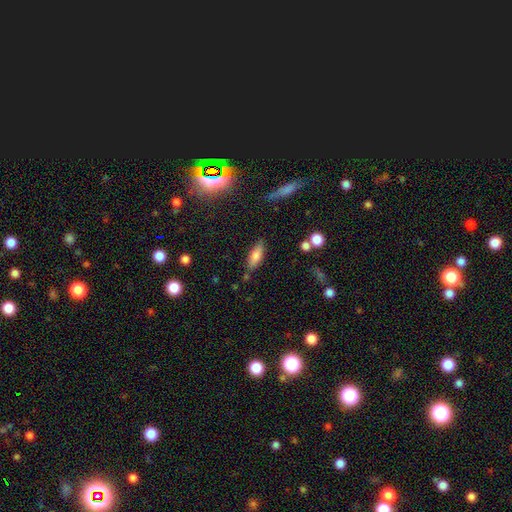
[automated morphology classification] This appears to be a smooth galaxy with no disk features (75%) that is in between round and cigar-shaped (65%). Merging: none (80%).